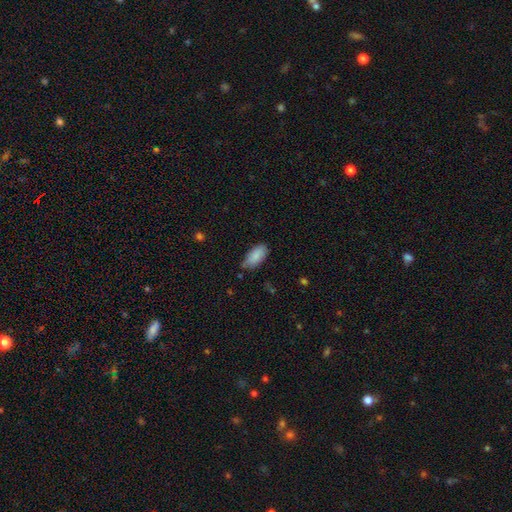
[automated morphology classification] smooth 87%, featured or disk 6%, star or artifact 6%. Down the decision tree: how rounded — in between (91%); merging — none (62%).